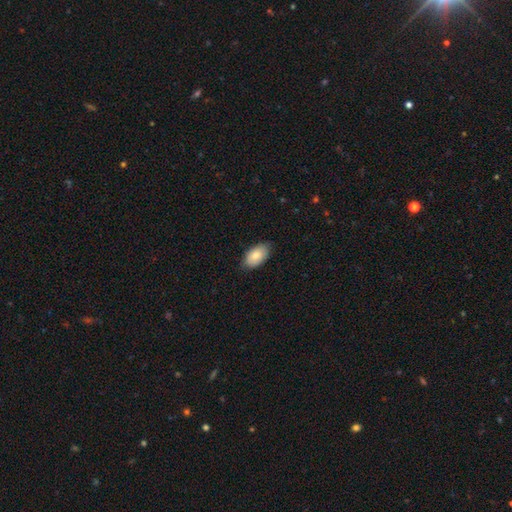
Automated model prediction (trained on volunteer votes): Smooth or featured: smooth — 81% (featured or disk — 13%)
How rounded: in between — 94% (round — 5%)
Merging: none — 80% (minor disturbance — 17%)